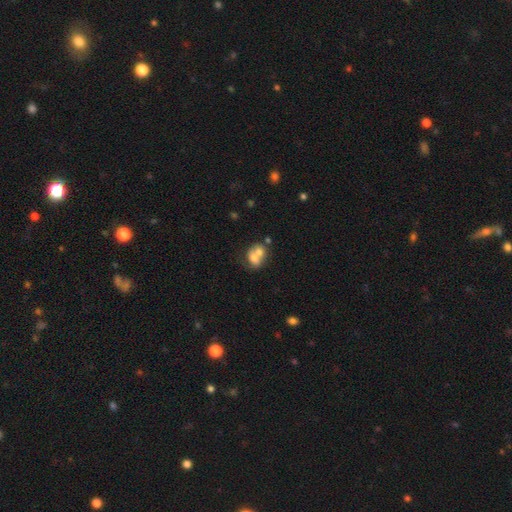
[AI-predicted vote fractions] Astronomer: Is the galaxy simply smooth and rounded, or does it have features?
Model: smooth — 63%.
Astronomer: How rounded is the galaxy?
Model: in between — 52% (runner-up: round, 47%).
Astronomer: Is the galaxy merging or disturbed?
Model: merger — 68%.